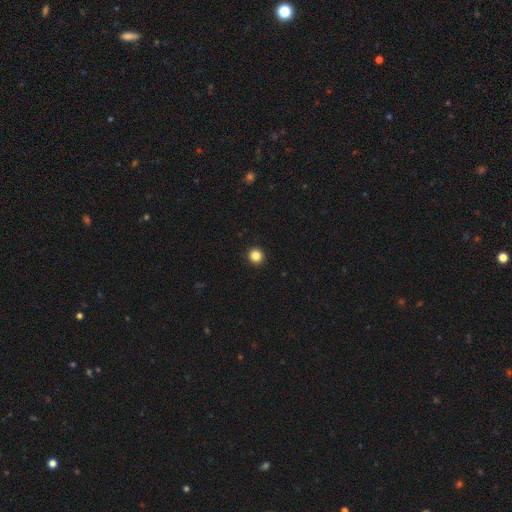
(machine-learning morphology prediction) Overall: smooth (85%). How rounded: round (93%). Merging: none (94%).